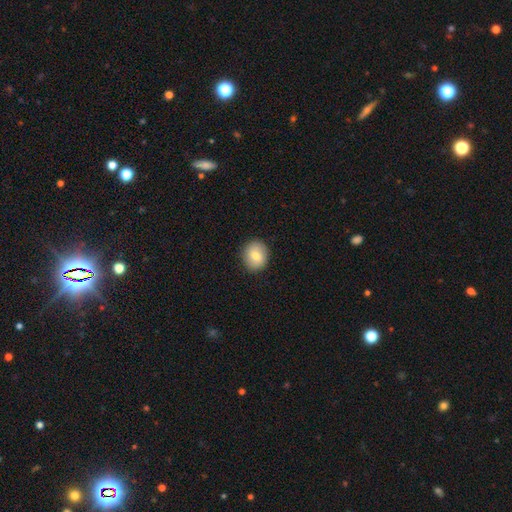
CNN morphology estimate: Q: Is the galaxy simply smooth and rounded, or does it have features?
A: smooth — 79%.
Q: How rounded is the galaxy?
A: round — 68%.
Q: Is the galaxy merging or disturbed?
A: none — 89%.